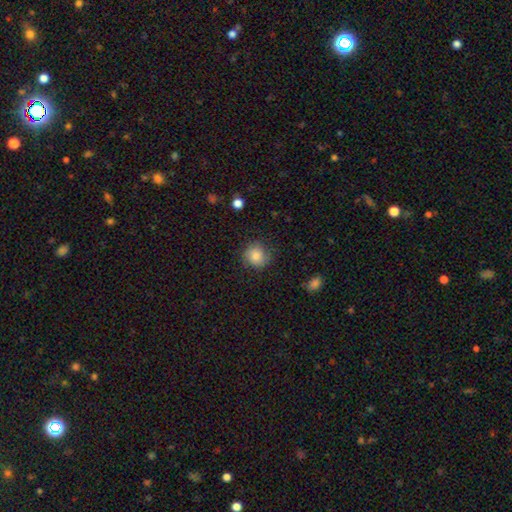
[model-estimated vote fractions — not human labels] A smooth galaxy with no disk features (81%) that is round (86%). Merging: none (77%).